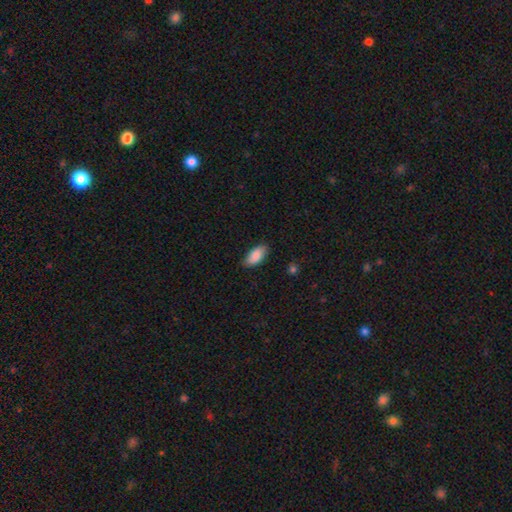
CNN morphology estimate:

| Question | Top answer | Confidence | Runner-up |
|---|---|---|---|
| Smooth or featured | smooth | 86% | featured or disk (7%) |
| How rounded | in between | 92% | cigar-shaped (6%) |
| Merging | none | 82% | minor disturbance (15%) |